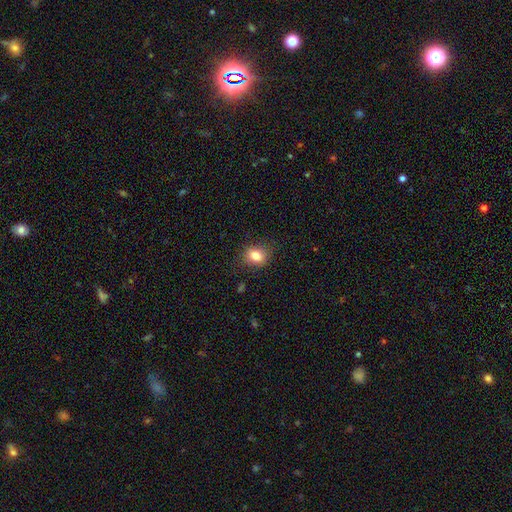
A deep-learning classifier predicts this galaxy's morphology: A smooth galaxy with no disk features (82%) that is in between round and cigar-shaped (54%). Merging: none (82%).